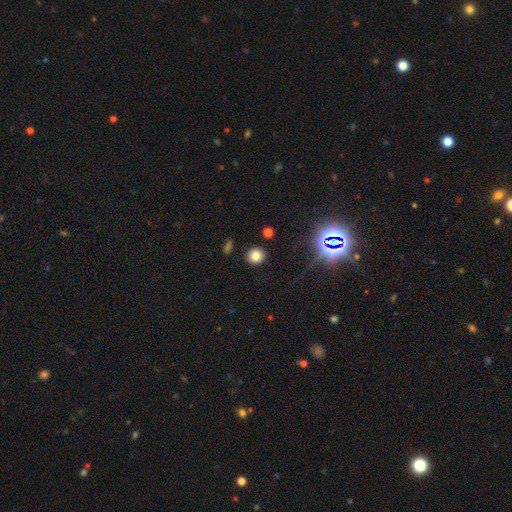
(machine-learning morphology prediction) Smooth or featured: smooth — 77% (star or artifact — 15%)
How rounded: round — 86% (in between — 13%)
Merging: none — 89% (minor disturbance — 6%)